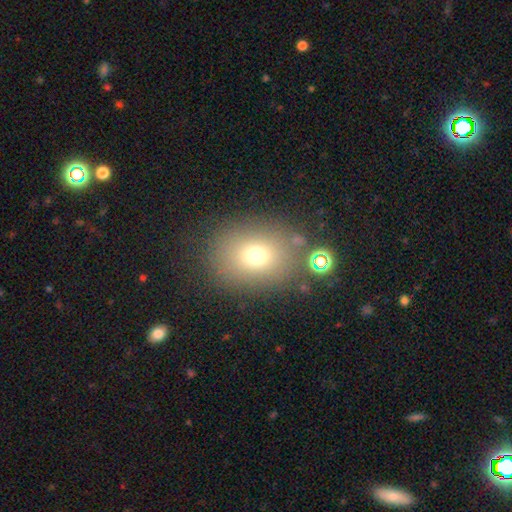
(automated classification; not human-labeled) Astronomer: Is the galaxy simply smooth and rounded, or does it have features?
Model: smooth — 72%.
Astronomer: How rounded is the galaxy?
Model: round — 57% (runner-up: in between, 42%).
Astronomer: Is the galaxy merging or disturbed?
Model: none — 78%.